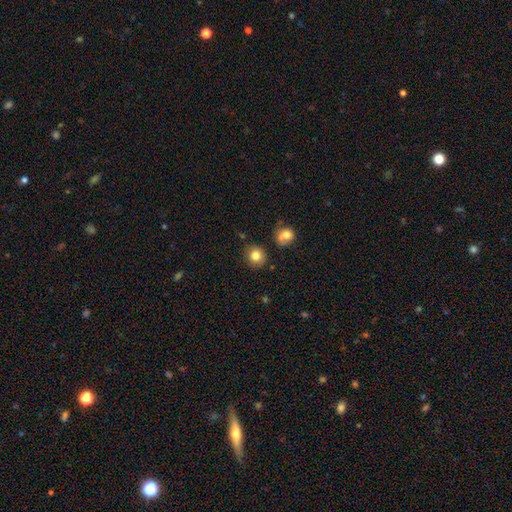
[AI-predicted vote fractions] A smooth galaxy with no disk features (81%) that is round (84%).

Vote fractions:
- Smooth or featured? smooth: 81% / star or artifact: 11% / featured or disk: 8%
- How rounded? round: 84% / in between: 15% / cigar-shaped: 1%
- Merging? none: 82% / minor disturbance: 11% / merger: 5% / major disturbance: 3%